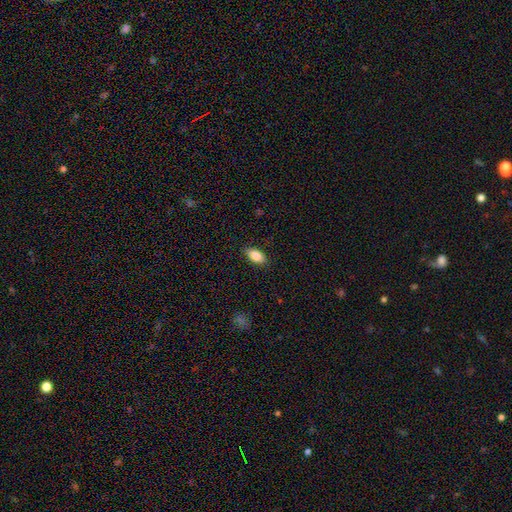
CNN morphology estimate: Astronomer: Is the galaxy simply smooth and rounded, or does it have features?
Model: smooth — 84%.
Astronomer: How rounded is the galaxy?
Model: in between — 90%.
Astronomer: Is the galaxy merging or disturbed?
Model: none — 88%.